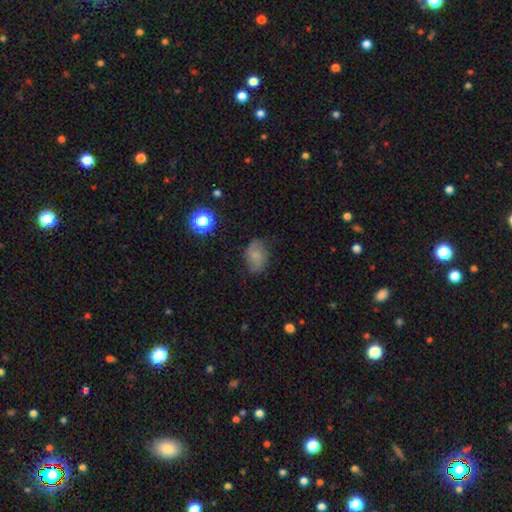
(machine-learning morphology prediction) Smooth or featured: smooth — 62% (featured or disk — 26%)
How rounded: in between — 75% (round — 24%)
Merging: none — 69% (minor disturbance — 22%)